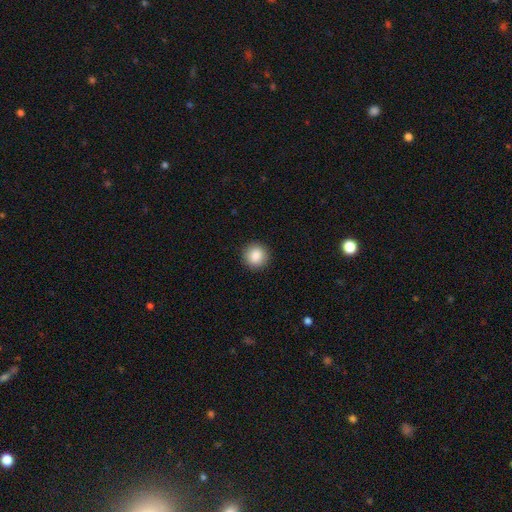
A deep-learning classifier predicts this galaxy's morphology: Smooth or featured: smooth — 87% (star or artifact — 9%)
How rounded: round — 94% (in between — 5%)
Merging: none — 92% (minor disturbance — 5%)